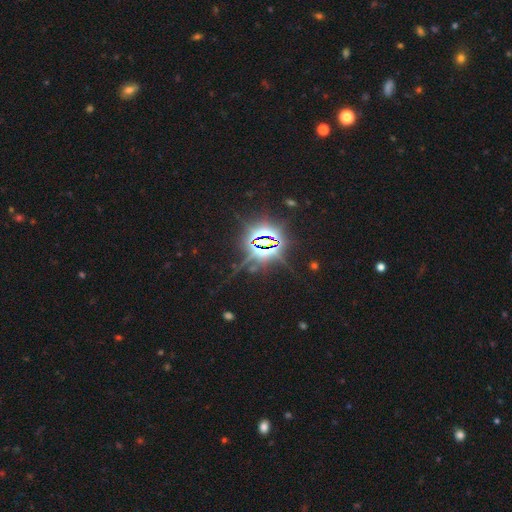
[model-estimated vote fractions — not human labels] Smooth or featured: star or artifact — 85% (smooth — 9%)